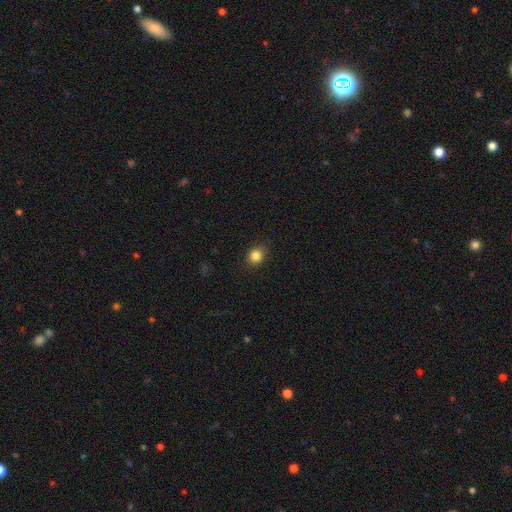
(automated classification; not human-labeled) smooth-or-featured: smooth: 84% | star or artifact: 11% | featured or disk: 5%
  how-rounded: round: 76% | in between: 23% | cigar-shaped: 1%
  merging: none: 86% | minor disturbance: 10% | major disturbance: 3% | merger: 1%